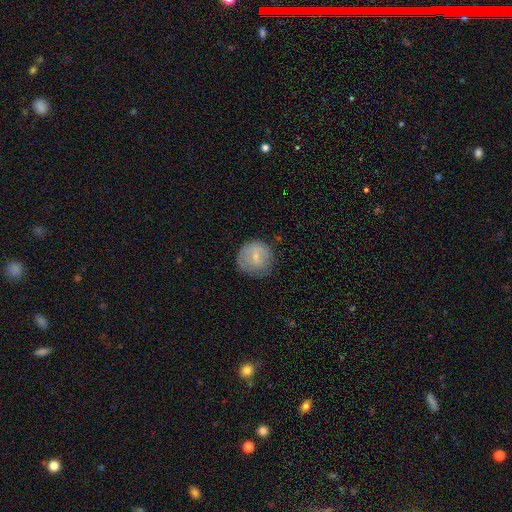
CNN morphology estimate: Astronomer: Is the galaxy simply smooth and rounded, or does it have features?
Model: smooth — 67%.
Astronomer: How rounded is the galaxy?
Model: round — 92%.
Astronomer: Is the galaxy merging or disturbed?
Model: none — 73%.